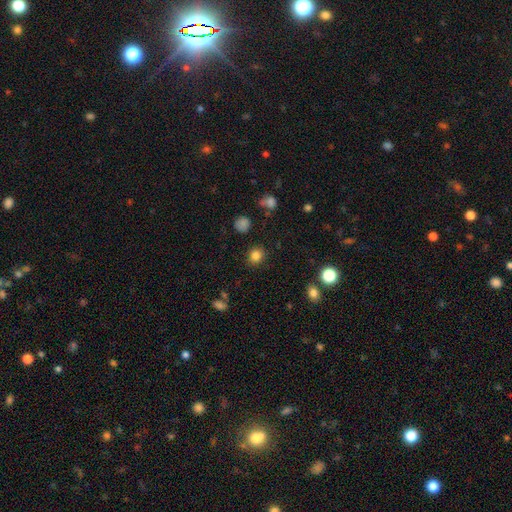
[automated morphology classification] The model was most divided on "how rounded": round: 83%, in between: 16%, cigar-shaped: 1%. More confident: merging — none (89%); smooth or featured — smooth (83%).